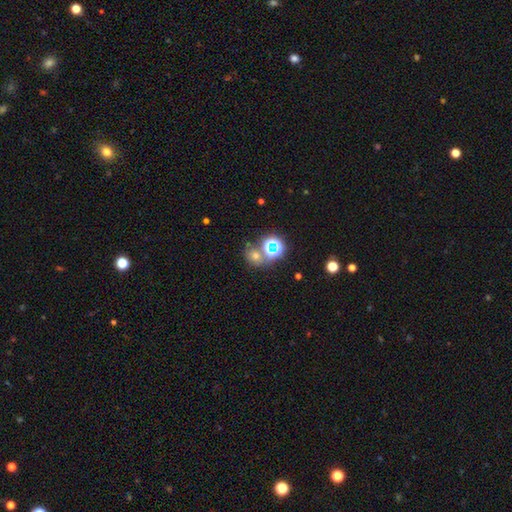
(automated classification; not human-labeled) Smooth or featured? Predicted: star or artifact (p=0.49).